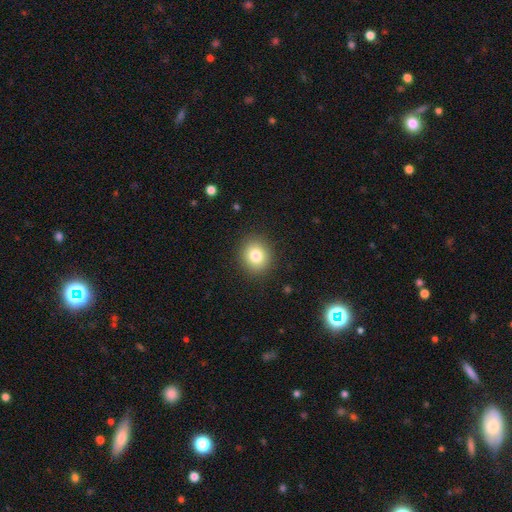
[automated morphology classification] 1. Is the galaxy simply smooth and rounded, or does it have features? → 81% smooth, 11% star or artifact, 9% featured or disk.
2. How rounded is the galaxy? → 79% round, 20% in between, 1% cigar-shaped.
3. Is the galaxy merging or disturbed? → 90% none, 7% minor disturbance, 2% major disturbance, 1% merger.